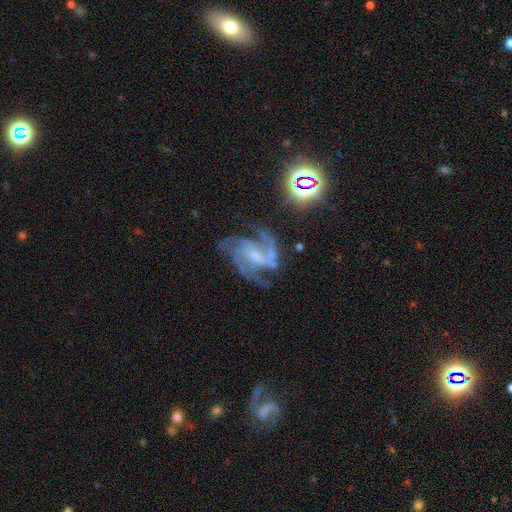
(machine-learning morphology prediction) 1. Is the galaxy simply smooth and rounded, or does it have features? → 86% featured or disk, 9% star or artifact, 5% smooth.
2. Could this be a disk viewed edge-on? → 98% no, 2% yes.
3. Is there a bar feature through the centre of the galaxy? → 46% weak, 37% no, 17% strong.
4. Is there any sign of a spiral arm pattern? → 97% yes, 3% no.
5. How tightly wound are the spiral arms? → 56% medium, 28% tight, 17% loose.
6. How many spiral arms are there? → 43% 3, 25% 2, 12% can't tell, 10% 4, 6% 1, 6% more than 4.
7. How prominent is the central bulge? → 37% small, 35% moderate, 21% none, 5% large, 1% dominant.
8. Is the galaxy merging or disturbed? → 58% none, 20% major disturbance, 19% minor disturbance, 3% merger.